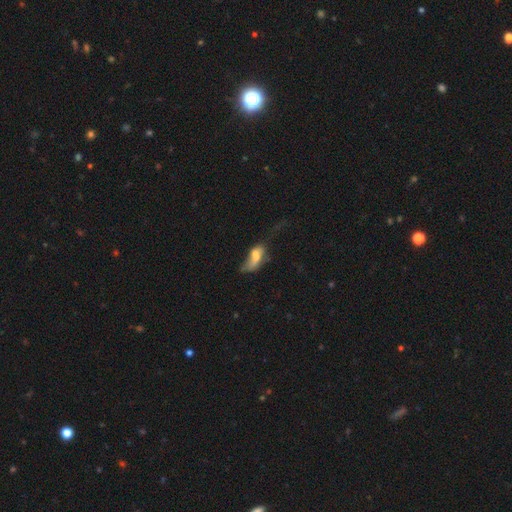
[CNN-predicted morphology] smooth_or_featured: smooth (p=0.51) [alt: featured or disk p=0.37]
how_rounded: in between (p=0.79) [alt: cigar-shaped p=0.15]
merging: major disturbance (p=0.40) [alt: merger p=0.25]